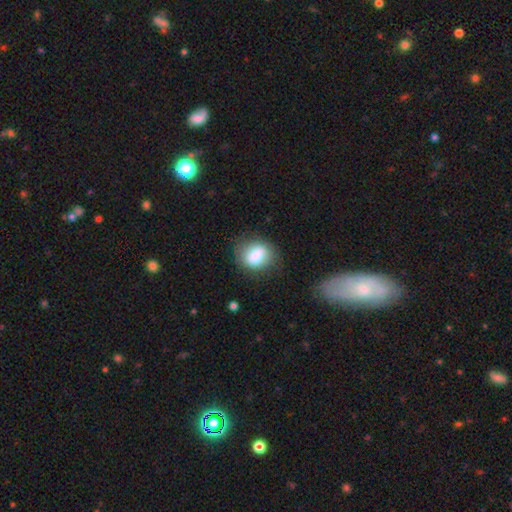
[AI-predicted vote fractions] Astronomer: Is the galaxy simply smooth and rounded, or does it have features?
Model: smooth — 76%.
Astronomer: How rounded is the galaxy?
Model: round — 52% (runner-up: in between, 46%).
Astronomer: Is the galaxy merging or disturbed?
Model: none — 71%.